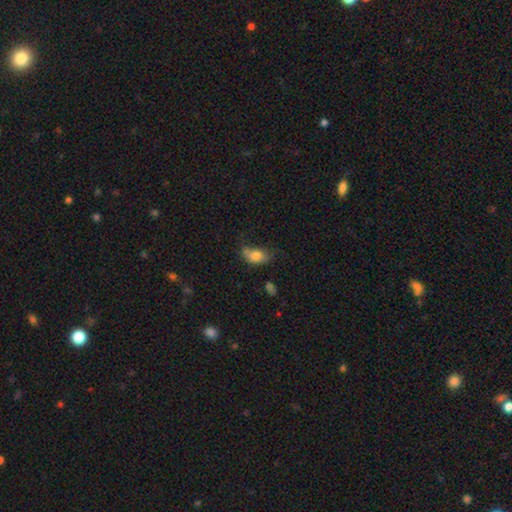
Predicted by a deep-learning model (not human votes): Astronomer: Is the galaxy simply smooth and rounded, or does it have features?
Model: smooth — 76%.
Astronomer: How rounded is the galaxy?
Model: in between — 83%.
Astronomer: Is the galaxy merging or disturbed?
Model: none — 34%, tied with minor disturbance at 34%.